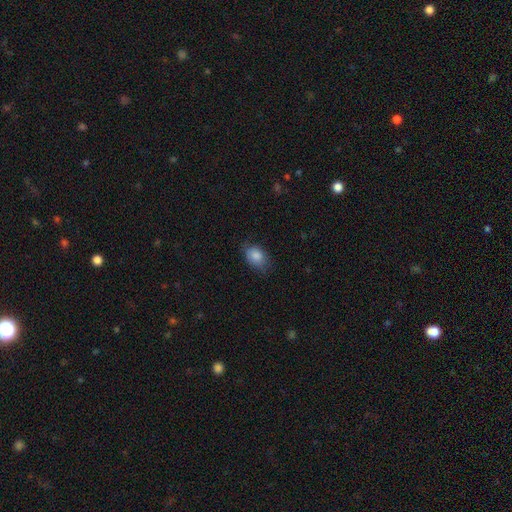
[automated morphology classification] Smooth or featured: smooth — 85% (star or artifact — 8%)
How rounded: in between — 77% (round — 22%)
Merging: none — 71% (minor disturbance — 22%)